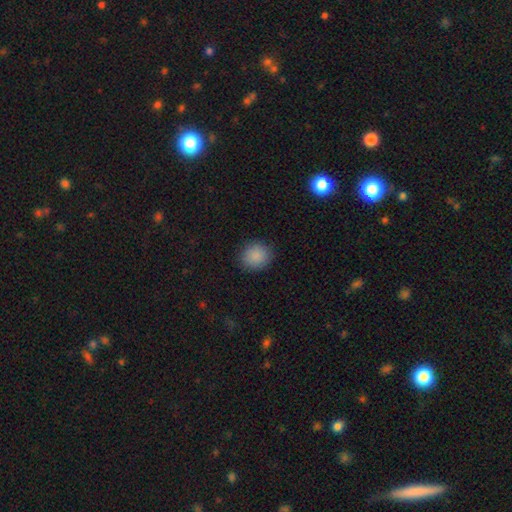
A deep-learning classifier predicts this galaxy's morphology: This appears to be a smooth galaxy with no disk features (88%) that is round (83%). Merging: none (89%).